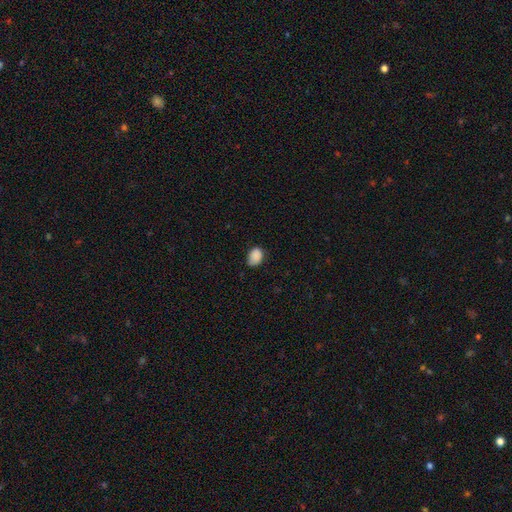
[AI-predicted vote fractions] smooth 88%, star or artifact 8%, featured or disk 4%. Down the decision tree: how rounded — in between (75%); merging — none (64%).